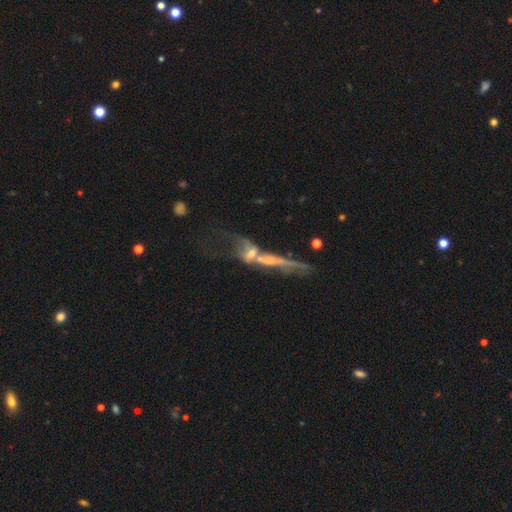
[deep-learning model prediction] A featured or disk galaxy (61%) viewed edge-on (51%).

Vote fractions:
- Smooth or featured? featured or disk: 61% / smooth: 26% / star or artifact: 12%
- Edge-on disk? yes: 51% / no: 49%
- Merging? merger: 45% / major disturbance: 24% / none: 20% / minor disturbance: 11%